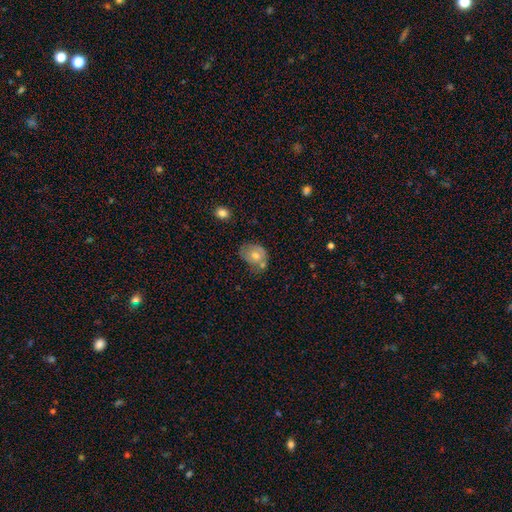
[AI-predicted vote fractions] Q: Smooth or featured?
A: smooth (48%); runner-up: featured or disk (41%)
Q: Merging?
A: none (49%); runner-up: minor disturbance (25%)